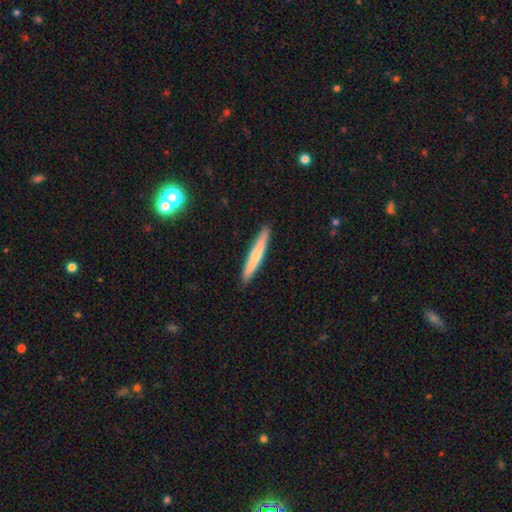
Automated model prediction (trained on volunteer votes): Smooth or featured? smooth (65%)
How rounded? cigar-shaped (95%)
Merging? none (92%)